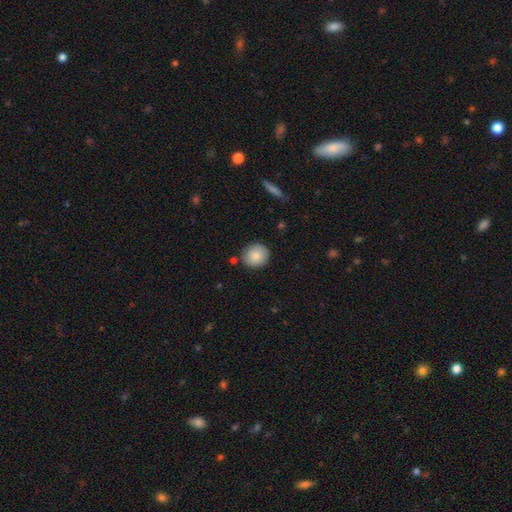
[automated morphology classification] Smooth or featured? Predicted: smooth (p=0.86). How rounded? Predicted: round (p=0.86). Merging? Predicted: none (p=0.85).